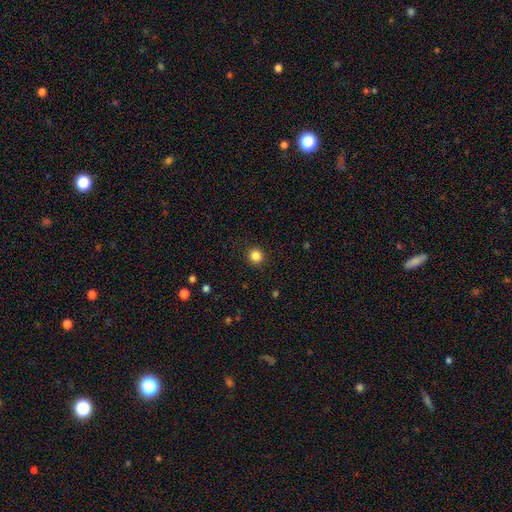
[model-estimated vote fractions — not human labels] smooth 85%, star or artifact 11%, featured or disk 3%. Down the decision tree: how rounded — round (92%); merging — none (91%).